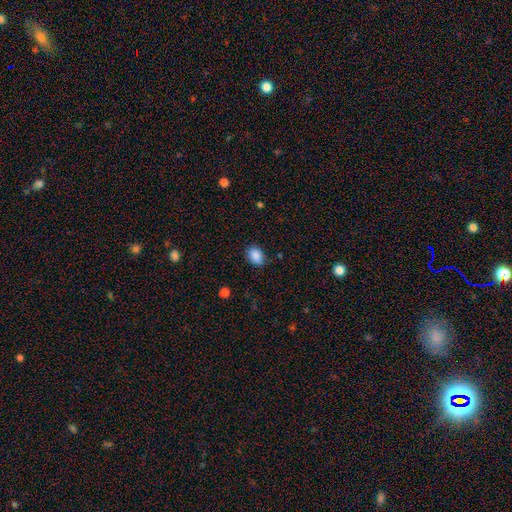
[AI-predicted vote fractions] This appears to be a smooth galaxy with no disk features (88%) that is in between round and cigar-shaped (77%). Merging: none (80%).